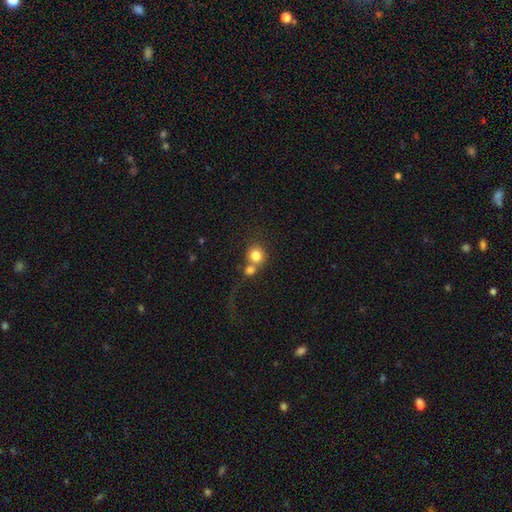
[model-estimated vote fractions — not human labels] Q: Smooth or featured?
A: smooth (79%); runner-up: featured or disk (11%)
Q: How rounded?
A: round (85%); runner-up: in between (14%)
Q: Merging?
A: merger (52%); runner-up: none (35%)